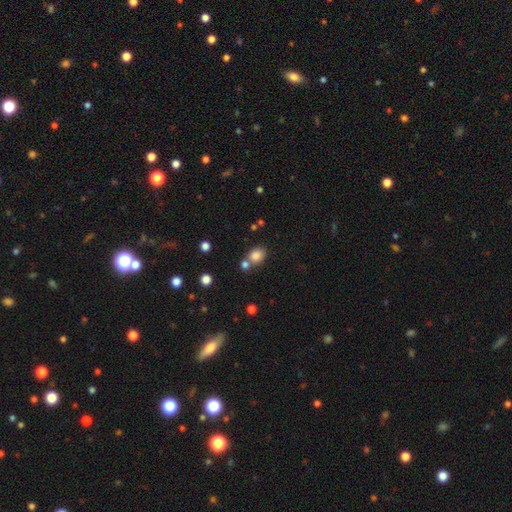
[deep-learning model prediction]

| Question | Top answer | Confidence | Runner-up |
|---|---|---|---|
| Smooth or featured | smooth | 83% | star or artifact (11%) |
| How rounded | round | 55% | in between (44%) |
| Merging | none | 61% | merger (26%) |